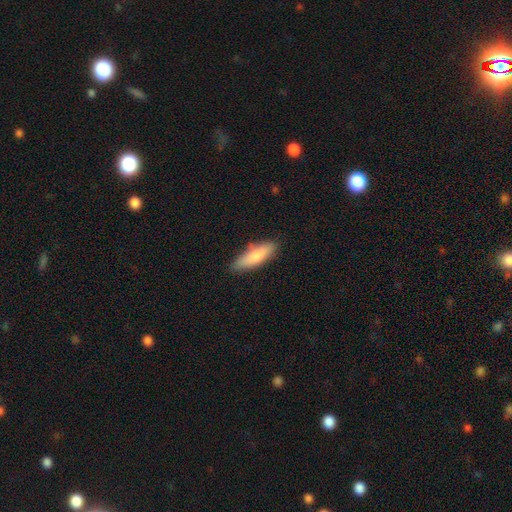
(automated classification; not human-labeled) Morphology: type=smooth (80%); roundness=cigar-shaped (53%); merging=none (81%).